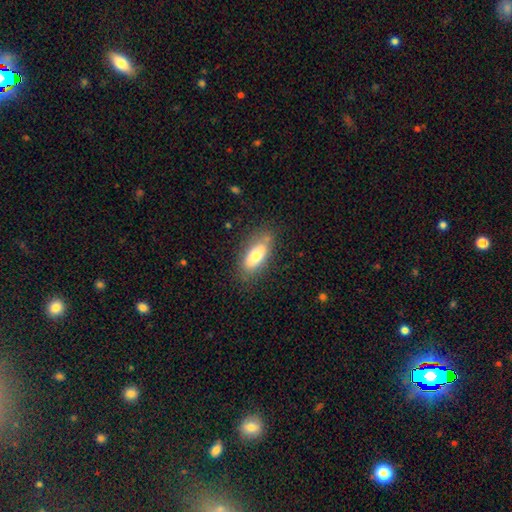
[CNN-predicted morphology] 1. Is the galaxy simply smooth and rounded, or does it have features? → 68% smooth, 25% featured or disk, 7% star or artifact.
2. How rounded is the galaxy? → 83% in between, 13% cigar-shaped, 3% round.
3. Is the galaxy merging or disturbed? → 75% none, 17% minor disturbance, 5% major disturbance, 3% merger.